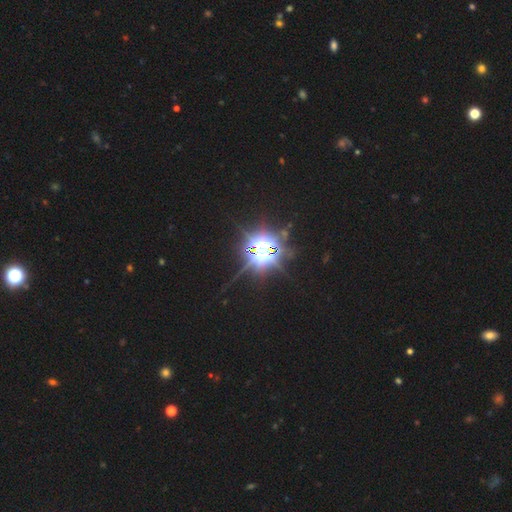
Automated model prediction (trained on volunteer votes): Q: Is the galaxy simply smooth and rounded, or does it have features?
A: star or artifact — 85%.